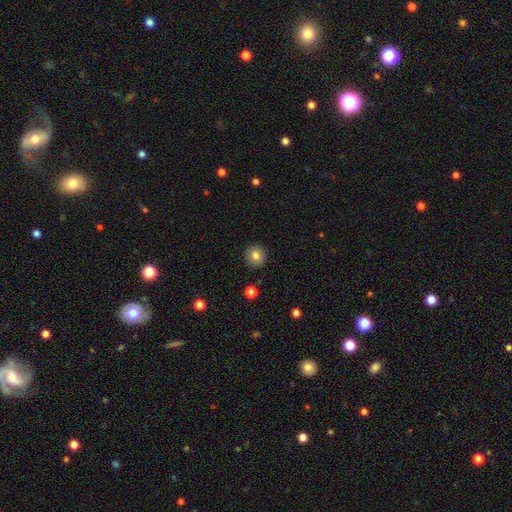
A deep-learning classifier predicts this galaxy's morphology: Smooth or featured: smooth — 79% (featured or disk — 11%)
How rounded: round — 91% (in between — 8%)
Merging: none — 90% (minor disturbance — 7%)